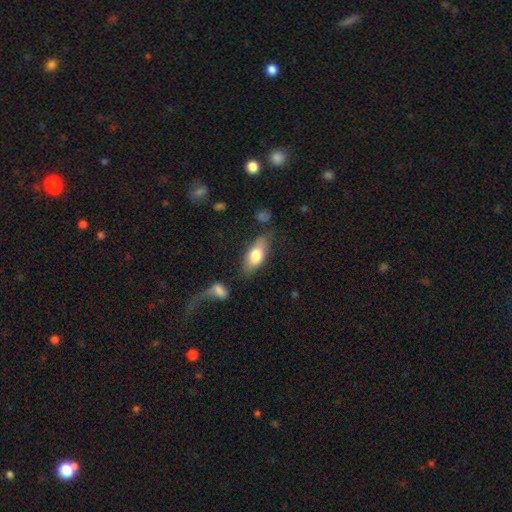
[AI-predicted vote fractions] smooth 69%, featured or disk 25%, star or artifact 6%. Down the decision tree: how rounded — in between (79%); merging — none (75%).